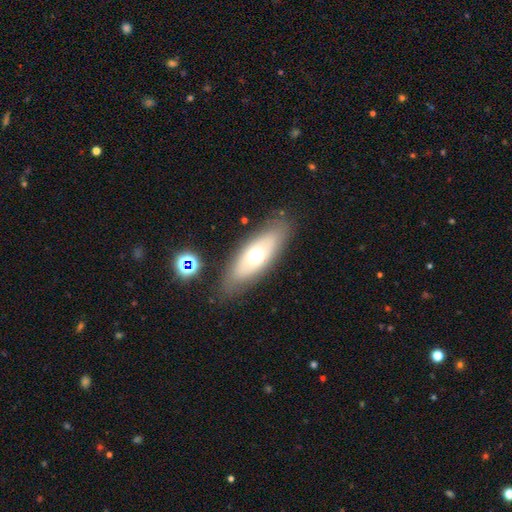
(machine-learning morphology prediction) The model was most divided on "smooth or featured": smooth: 53%, featured or disk: 39%, star or artifact: 8%. More confident: merging — none (83%); how rounded — in between (74%).